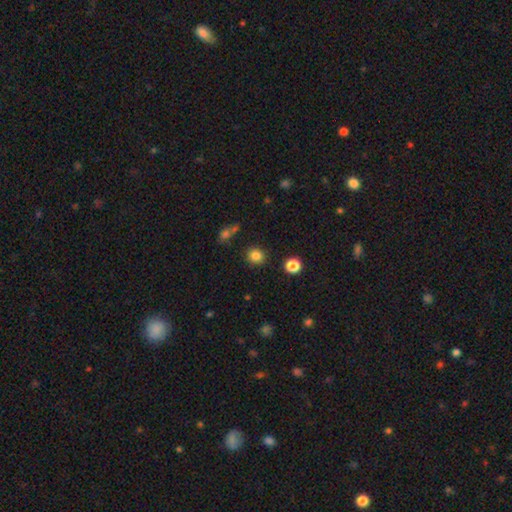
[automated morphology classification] This appears to be a smooth galaxy with no disk features (84%) that is round (86%). Merging: none (88%).